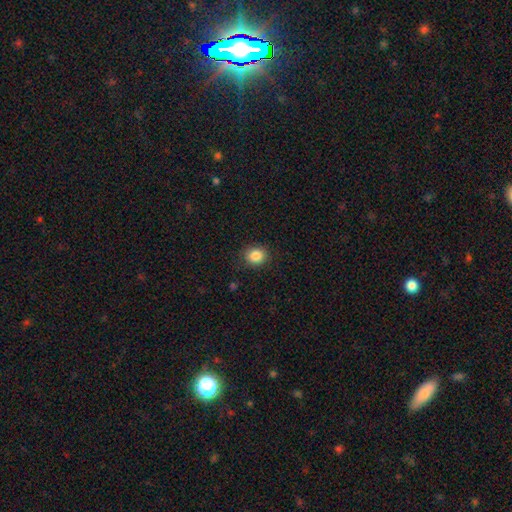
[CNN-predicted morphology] type=smooth (86%); roundness=round (77%); merging=none (87%).